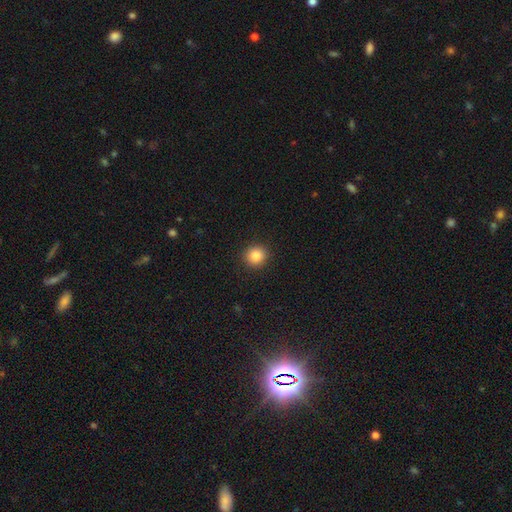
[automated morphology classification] smooth 86%, star or artifact 10%, featured or disk 4%. Down the decision tree: how rounded — round (90%); merging — none (92%).